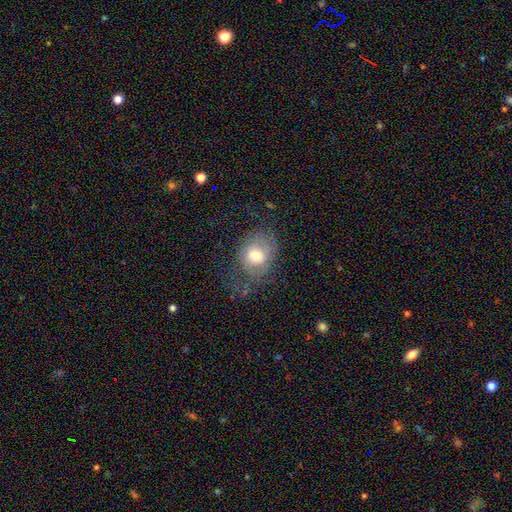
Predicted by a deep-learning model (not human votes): This is likely a smooth galaxy (60%). How rounded: possibly round (53%). Merging: marginally none (45%).